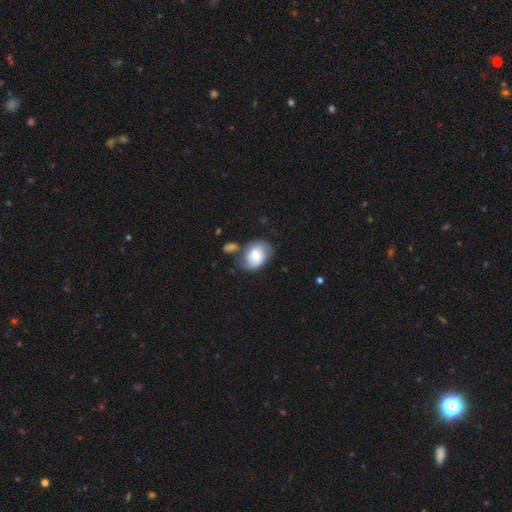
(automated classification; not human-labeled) Smooth or featured: smooth — 54% (featured or disk — 39%)
How rounded: in between — 71% (round — 28%)
Merging: none — 53% (minor disturbance — 24%)